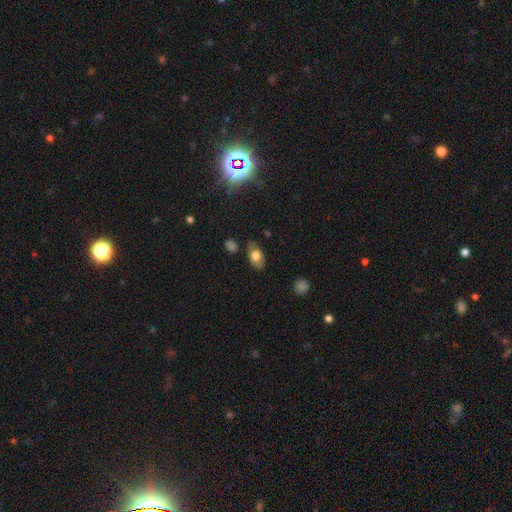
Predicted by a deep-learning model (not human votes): This is likely a smooth galaxy (70%). How rounded: clearly in between (89%). Merging: clearly none (80%).